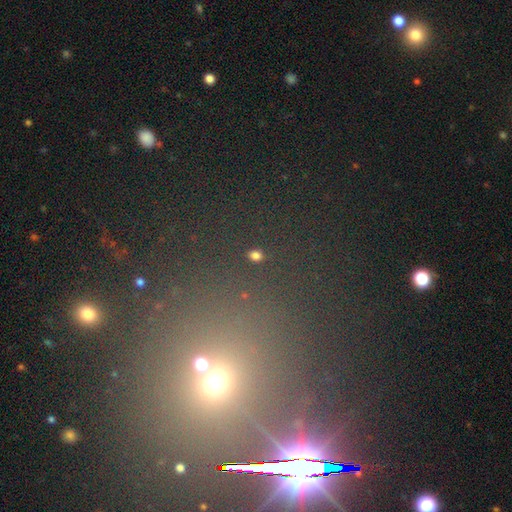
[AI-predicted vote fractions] smooth-or-featured: smooth: 74% | star or artifact: 20% | featured or disk: 5%
  how-rounded: in between: 60% | round: 37% | cigar-shaped: 3%
  merging: none: 85% | minor disturbance: 8% | major disturbance: 3% | merger: 3%